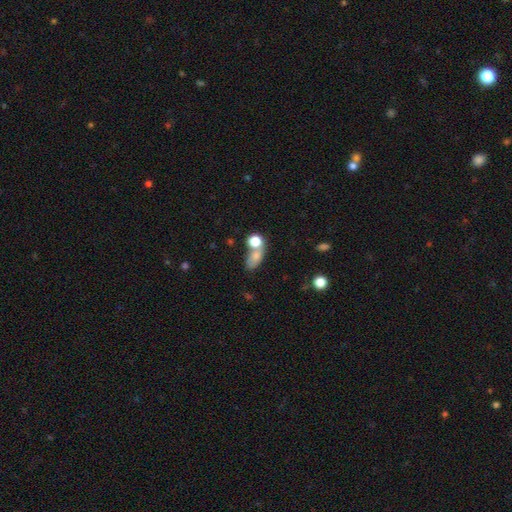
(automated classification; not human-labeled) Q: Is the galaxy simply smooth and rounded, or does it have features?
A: smooth — 76%.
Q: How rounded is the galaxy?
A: in between — 69%.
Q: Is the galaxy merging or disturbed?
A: merger — 46%.